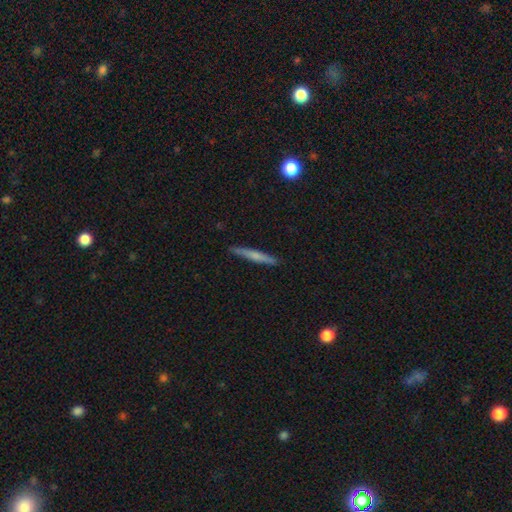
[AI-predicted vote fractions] This is possibly a smooth galaxy (53%). How rounded: clearly cigar-shaped (95%). Merging: clearly none (89%).